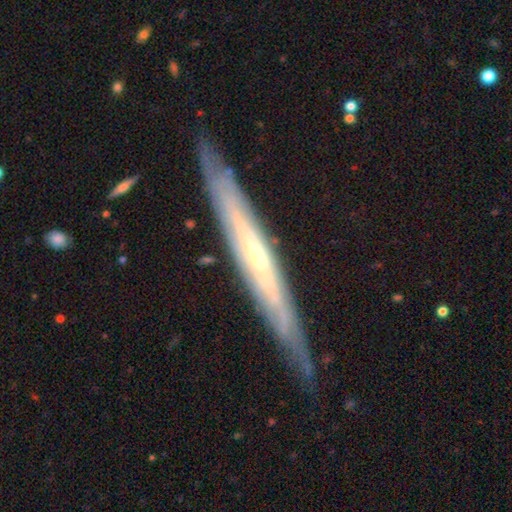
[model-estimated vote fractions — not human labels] smooth-or-featured: featured or disk: 77% | smooth: 17% | star or artifact: 6%
  disk-edge-on: yes: 84% | no: 16%
    edge-on-bulge: none: 57% | rounded: 38% | boxy: 5%
  merging: none: 83% | minor disturbance: 13% | major disturbance: 2% | merger: 1%